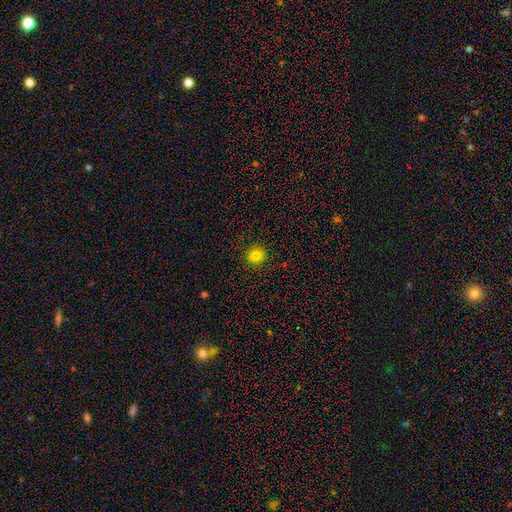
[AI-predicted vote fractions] Morphology: type=smooth (82%); roundness=round (83%); merging=none (90%).